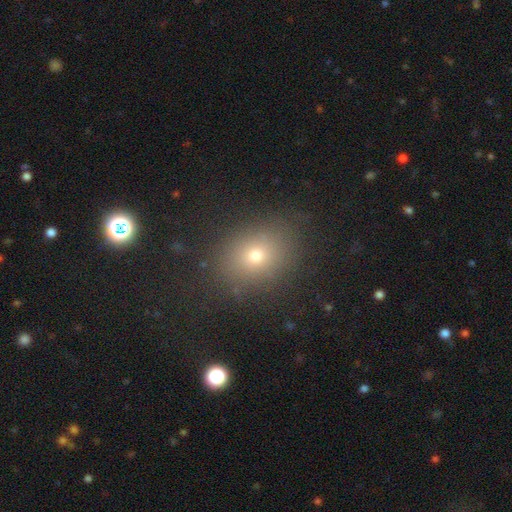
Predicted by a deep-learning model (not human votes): Smooth or featured? Predicted: smooth (p=0.68). How rounded? Predicted: round (p=0.51). Merging? Predicted: none (p=0.84).